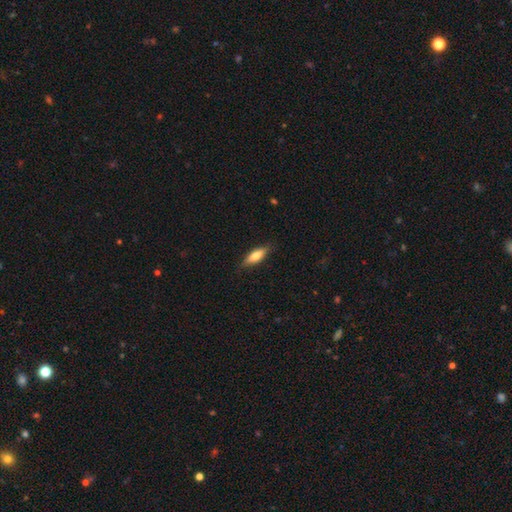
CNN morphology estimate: Q: Smooth or featured?
A: smooth (70%); runner-up: featured or disk (24%)
Q: How rounded?
A: in between (51%); runner-up: cigar-shaped (47%)
Q: Merging?
A: none (83%); runner-up: minor disturbance (13%)